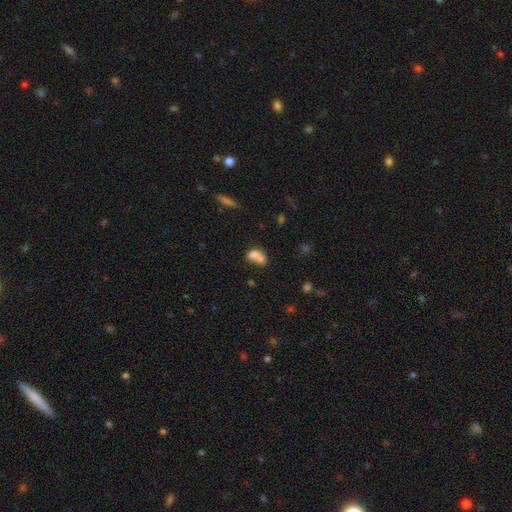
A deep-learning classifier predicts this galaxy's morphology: Q: Smooth or featured?
A: smooth (72%); runner-up: featured or disk (18%)
Q: How rounded?
A: in between (64%); runner-up: round (33%)
Q: Merging?
A: merger (70%); runner-up: none (19%)